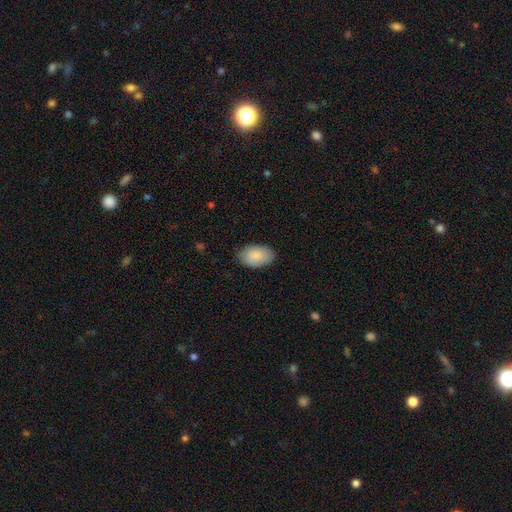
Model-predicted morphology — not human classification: smooth_or_featured: smooth (p=0.88) [alt: featured or disk p=0.06]
how_rounded: in between (p=0.93) [alt: round p=0.05]
merging: none (p=0.83) [alt: minor disturbance p=0.14]